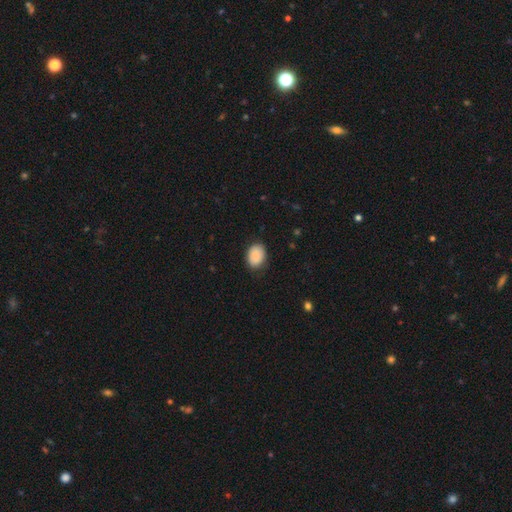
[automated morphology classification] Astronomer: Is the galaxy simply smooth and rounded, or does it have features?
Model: smooth — 83%.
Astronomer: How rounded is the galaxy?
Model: in between — 72%.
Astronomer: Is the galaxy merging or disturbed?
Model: none — 80%.